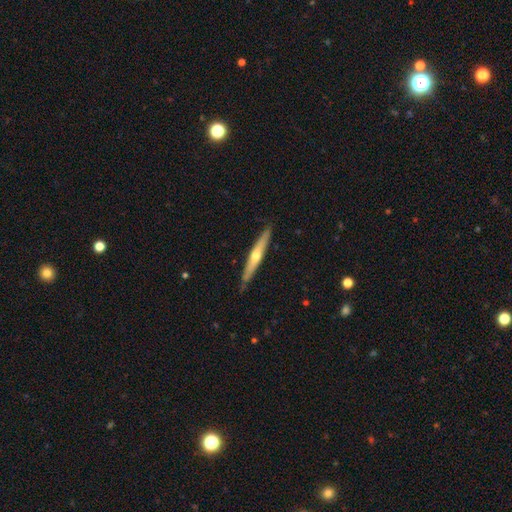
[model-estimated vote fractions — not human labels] Overall: featured or disk (60%; smooth 34%). Edge-on disk: yes (95%). Edge-on bulge: rounded (81%). Merging: none (86%).